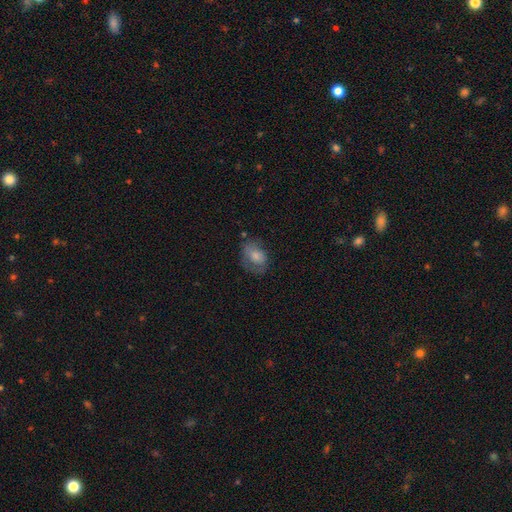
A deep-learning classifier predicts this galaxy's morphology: smooth 68%, featured or disk 24%, star or artifact 8%. Down the decision tree: how rounded — in between (78%); merging — none (52%).